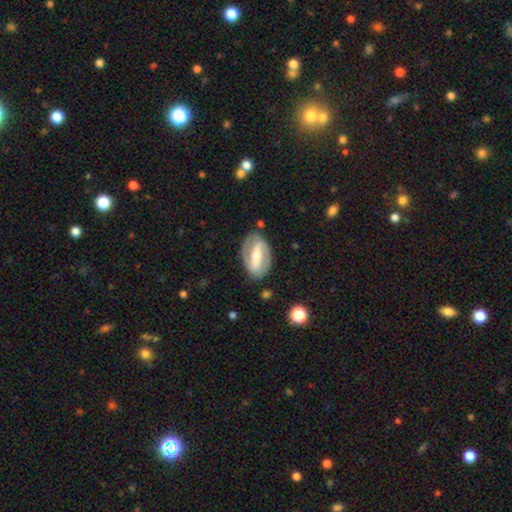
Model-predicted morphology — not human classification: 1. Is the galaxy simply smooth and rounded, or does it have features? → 78% featured or disk, 17% smooth, 4% star or artifact.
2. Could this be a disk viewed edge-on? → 93% no, 7% yes.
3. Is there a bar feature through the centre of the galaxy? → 71% strong, 20% weak, 9% no.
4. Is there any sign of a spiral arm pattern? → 73% yes, 27% no.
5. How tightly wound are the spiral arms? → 40% medium, 37% tight, 22% loose.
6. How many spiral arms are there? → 86% 2, 8% can't tell, 3% 1, 1% 3, 1% 4, 1% more than 4.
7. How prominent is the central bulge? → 51% moderate, 39% small, 6% large, 2% none, 1% dominant.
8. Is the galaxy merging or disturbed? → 82% none, 12% minor disturbance, 4% major disturbance, 2% merger.